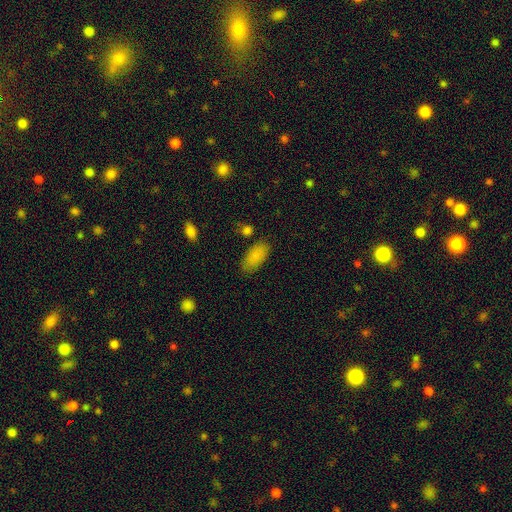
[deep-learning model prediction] A smooth galaxy with no disk features (87%) that is in between round and cigar-shaped (91%).

Vote fractions:
- Smooth or featured? smooth: 87% / star or artifact: 7% / featured or disk: 6%
- How rounded? in between: 91% / cigar-shaped: 6% / round: 2%
- Merging? none: 80% / minor disturbance: 14% / major disturbance: 3% / merger: 3%